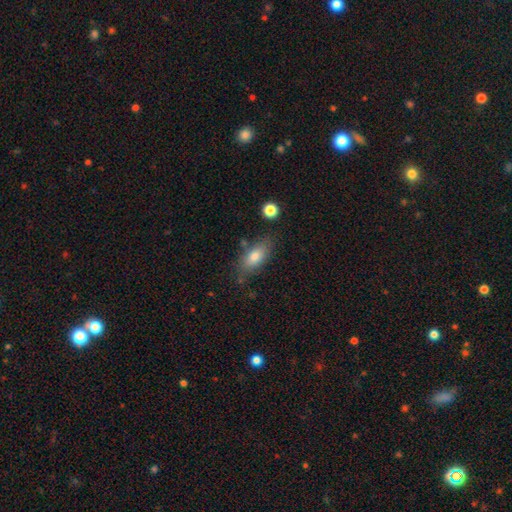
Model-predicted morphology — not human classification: A smooth galaxy with no disk features (73%) that is in between round and cigar-shaped (80%).

Vote fractions:
- Smooth or featured? smooth: 73% / featured or disk: 17% / star or artifact: 10%
- How rounded? in between: 80% / cigar-shaped: 15% / round: 5%
- Merging? none: 79% / minor disturbance: 14% / merger: 4% / major disturbance: 4%